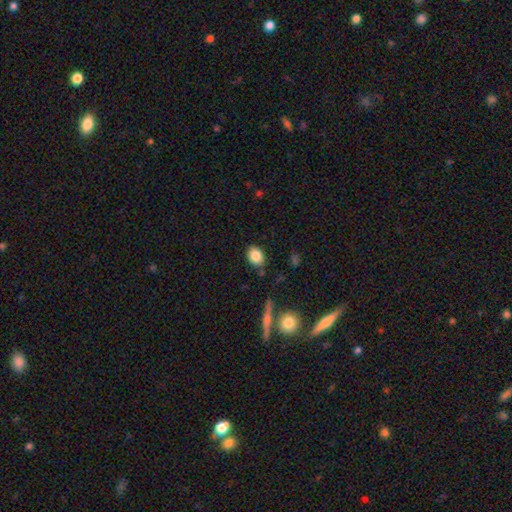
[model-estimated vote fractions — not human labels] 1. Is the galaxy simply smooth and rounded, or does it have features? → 84% smooth, 8% star or artifact, 8% featured or disk.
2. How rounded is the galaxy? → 67% in between, 31% round, 1% cigar-shaped.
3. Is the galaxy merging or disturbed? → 85% none, 10% minor disturbance, 3% merger, 3% major disturbance.